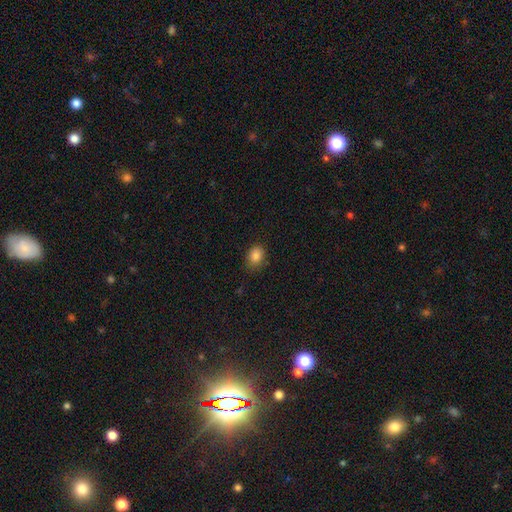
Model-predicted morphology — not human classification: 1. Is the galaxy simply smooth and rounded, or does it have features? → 84% smooth, 11% star or artifact, 5% featured or disk.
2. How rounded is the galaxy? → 56% in between, 43% round, 1% cigar-shaped.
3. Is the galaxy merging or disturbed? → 81% none, 15% minor disturbance, 3% major disturbance, 1% merger.